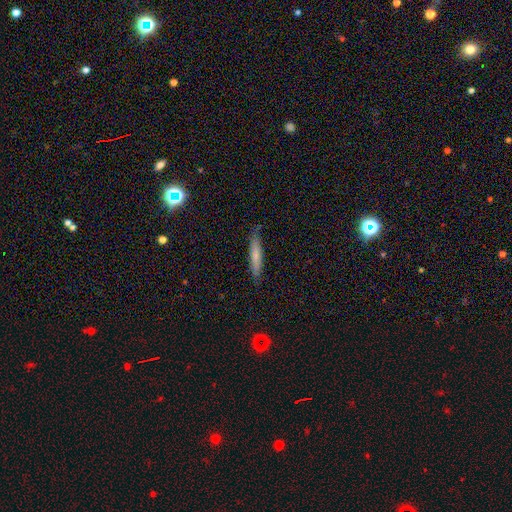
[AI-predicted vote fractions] Smooth or featured?
  - smooth: 65% *
  - featured or disk: 28%
  - star or artifact: 7%
How rounded?
  - cigar-shaped: 92% *
  - in between: 7%
  - round: 1%
Merging?
  - none: 82% *
  - minor disturbance: 14%
  - major disturbance: 2%
  - merger: 2%